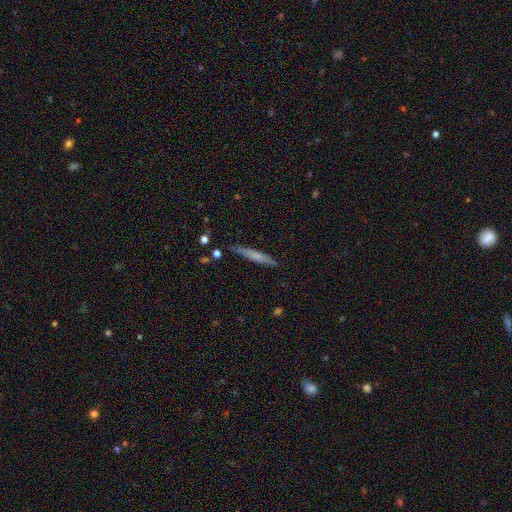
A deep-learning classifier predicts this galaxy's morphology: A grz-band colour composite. It shows a smooth galaxy with no disk features (61%) that is cigar-shaped (94%). Merging: none (85%).